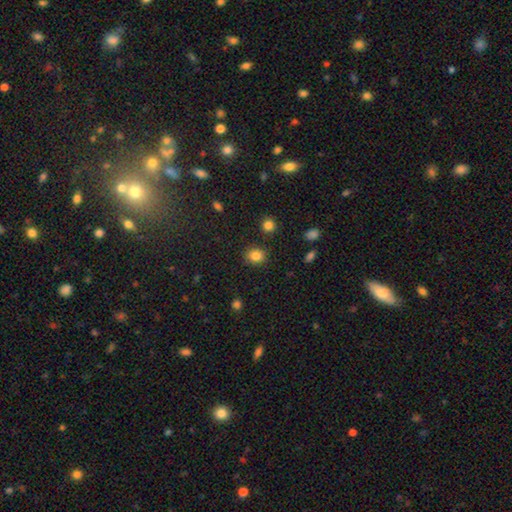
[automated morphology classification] smooth 84%, star or artifact 11%, featured or disk 5%. Down the decision tree: how rounded — round (67%); merging — none (87%).